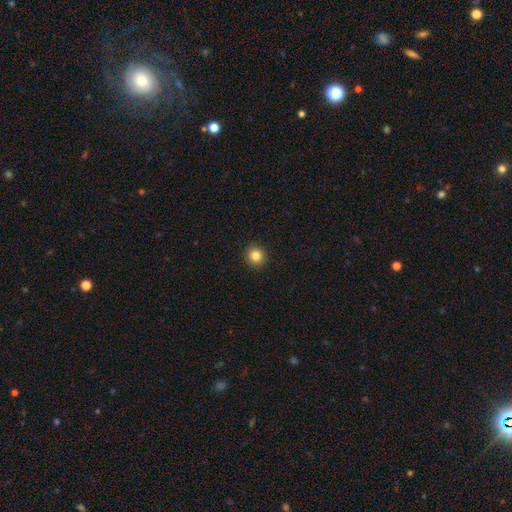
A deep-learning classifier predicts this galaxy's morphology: Smooth or featured: smooth — 84% (star or artifact — 11%)
How rounded: round — 93% (in between — 6%)
Merging: none — 93% (minor disturbance — 5%)